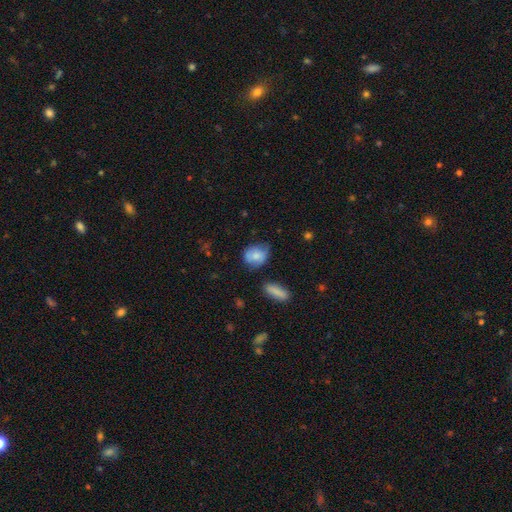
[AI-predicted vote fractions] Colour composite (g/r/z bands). It shows a smooth galaxy with no disk features (77%) that is in between round and cigar-shaped (49%, tied with round). Merging: none (55%).